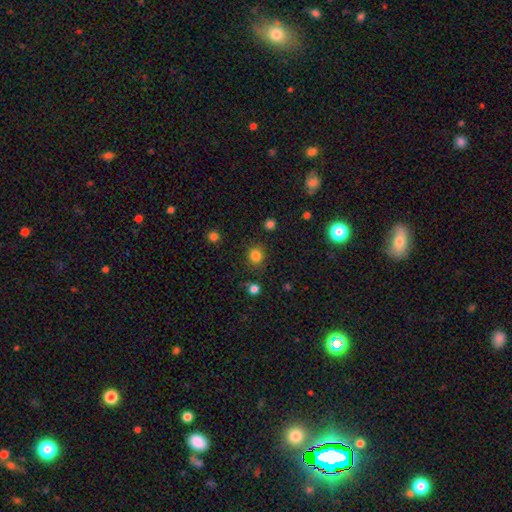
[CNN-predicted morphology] Smooth or featured? smooth (82%)
How rounded? round (86%)
Merging? none (85%)